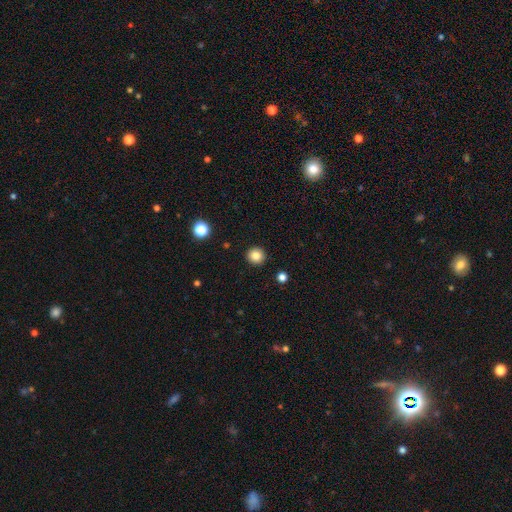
Smooth or featured?
  - smooth: 89% *
  - featured or disk: 8%
  - star or artifact: 3%
How rounded?
  - round: 97% *
  - in between: 3%
  - cigar-shaped: 0%
Merging?
  - none: 97% *
  - major disturbance: 3%
  - minor disturbance: 0%
  - merger: 0%